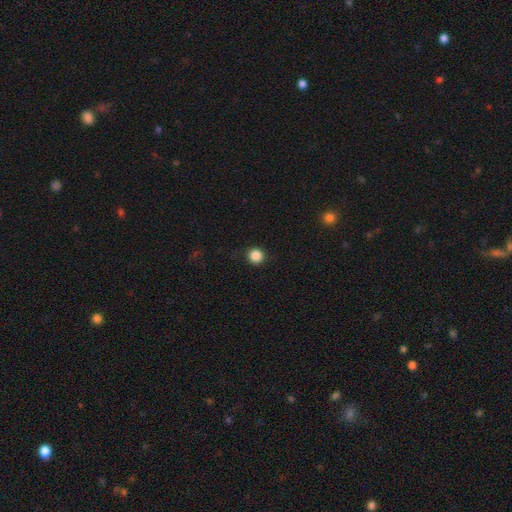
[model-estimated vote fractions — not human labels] The model was most divided on "smooth or featured": smooth: 86%, star or artifact: 11%, featured or disk: 3%. More confident: how rounded — round (94%); merging — none (91%).